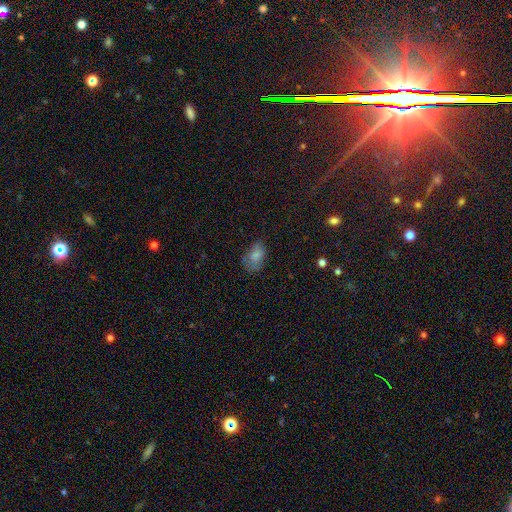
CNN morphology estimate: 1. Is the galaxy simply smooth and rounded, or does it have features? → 76% smooth, 13% featured or disk, 10% star or artifact.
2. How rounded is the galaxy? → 84% in between, 14% round, 2% cigar-shaped.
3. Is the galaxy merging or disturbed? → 56% none, 29% minor disturbance, 13% major disturbance, 3% merger.